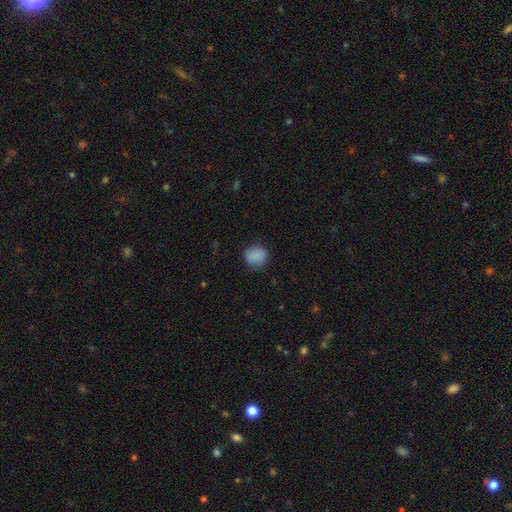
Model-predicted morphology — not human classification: smooth_or_featured: smooth (p=0.86) [alt: star or artifact p=0.09]
how_rounded: round (p=0.80) [alt: in between p=0.19]
merging: none (p=0.79) [alt: minor disturbance p=0.16]